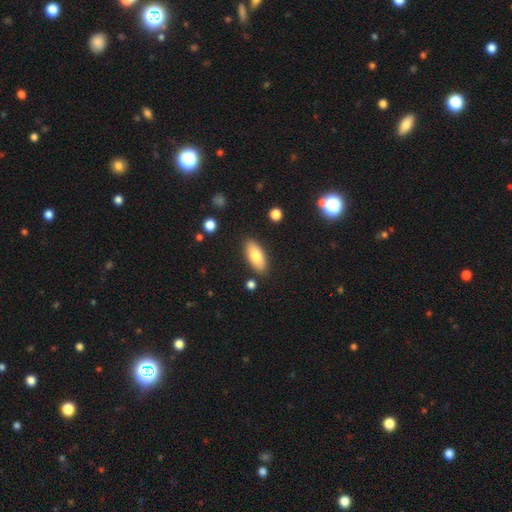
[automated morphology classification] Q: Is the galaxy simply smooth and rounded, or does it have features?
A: smooth — 80%.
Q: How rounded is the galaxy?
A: in between — 86%.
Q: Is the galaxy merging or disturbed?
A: none — 85%.